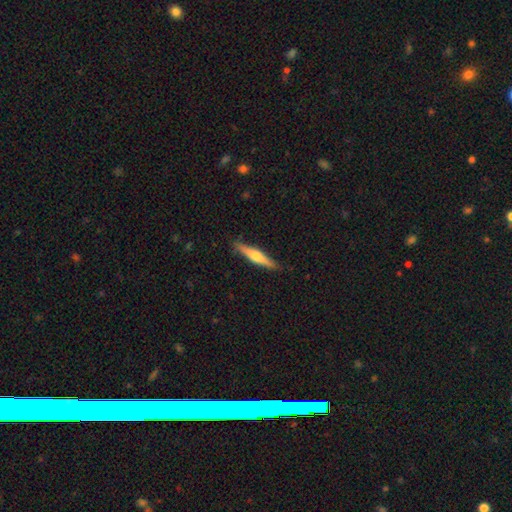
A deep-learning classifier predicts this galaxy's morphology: smooth_or_featured: featured or disk (p=0.54) [alt: smooth p=0.41]
disk_edge_on: yes (p=0.97) [alt: no p=0.03]
edge_on_bulge: rounded (p=0.85) [alt: none p=0.08]
merging: none (p=0.89) [alt: minor disturbance p=0.08]